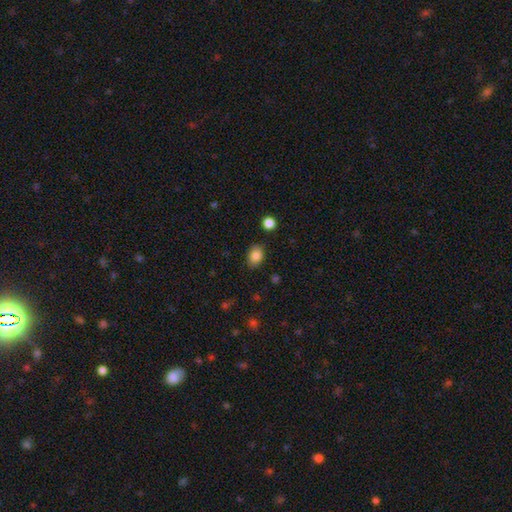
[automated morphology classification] type=smooth (85%); roundness=in between (72%); merging=none (85%).